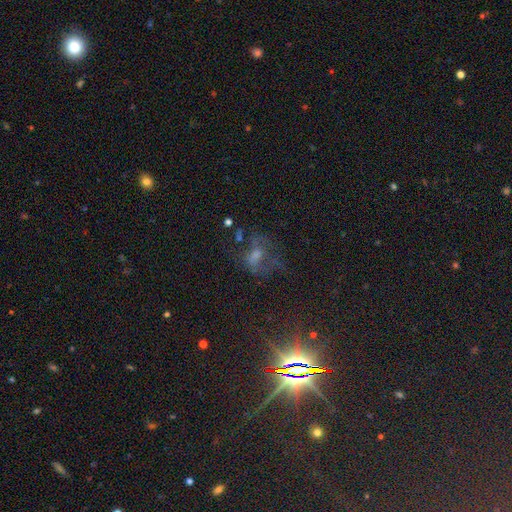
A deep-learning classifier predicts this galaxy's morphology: Smooth or featured: featured or disk — 40% (star or artifact — 31%)
Merging: none — 40% (major disturbance — 36%)